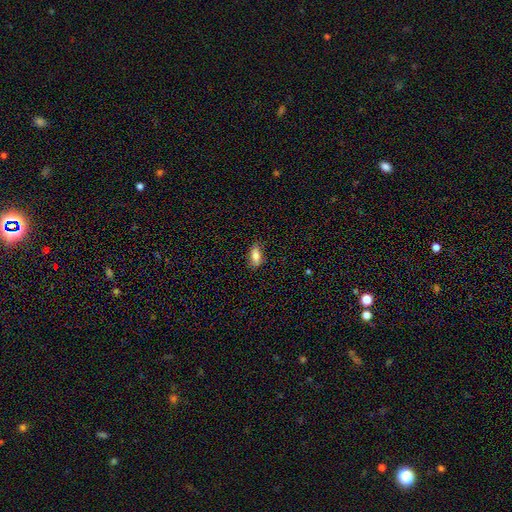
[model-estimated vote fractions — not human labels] smooth 81%, featured or disk 11%, star or artifact 8%. Down the decision tree: how rounded — in between (81%); merging — none (78%).